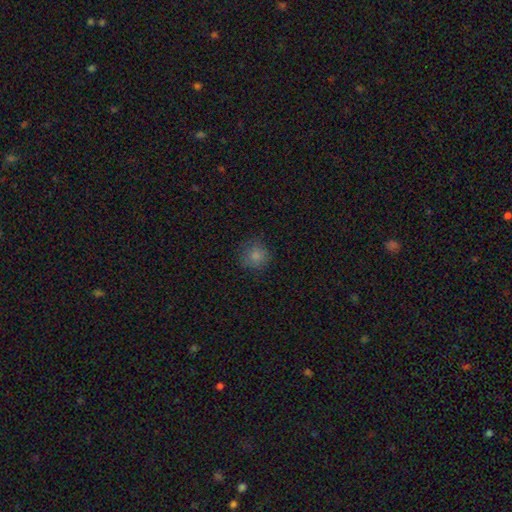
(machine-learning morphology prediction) This appears to be a smooth galaxy with no disk features (82%) that is round (90%). Merging: none (80%).